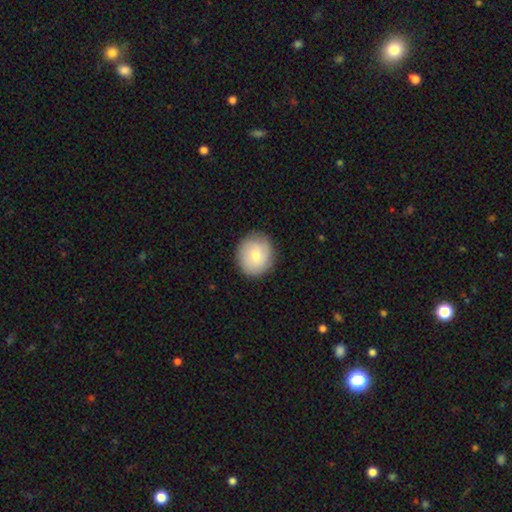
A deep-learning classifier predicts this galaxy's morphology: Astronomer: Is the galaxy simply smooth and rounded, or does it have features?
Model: smooth — 71%.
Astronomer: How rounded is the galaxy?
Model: round — 80%.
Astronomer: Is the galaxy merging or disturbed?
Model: none — 86%.